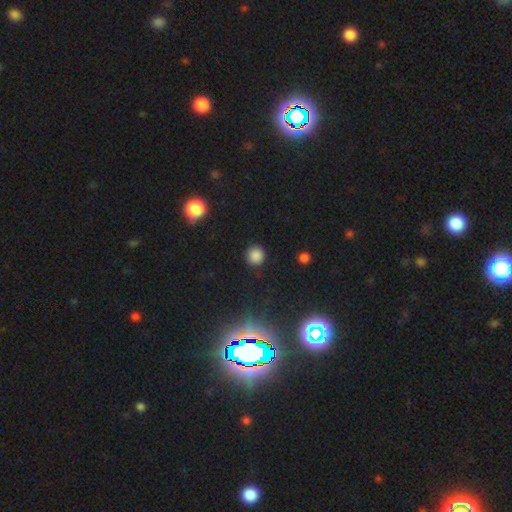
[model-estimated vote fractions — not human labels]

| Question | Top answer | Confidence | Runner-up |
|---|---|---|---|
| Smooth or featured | smooth | 81% | star or artifact (15%) |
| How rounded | round | 91% | in between (7%) |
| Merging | none | 88% | minor disturbance (8%) |